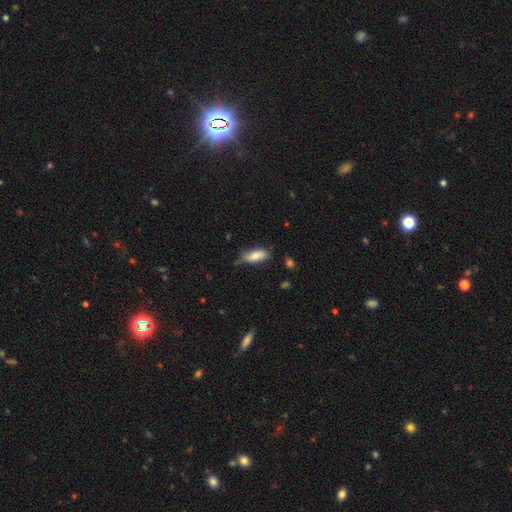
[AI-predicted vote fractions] smooth 75%, featured or disk 18%, star or artifact 7%. Down the decision tree: how rounded — in between (79%); merging — none (55%).